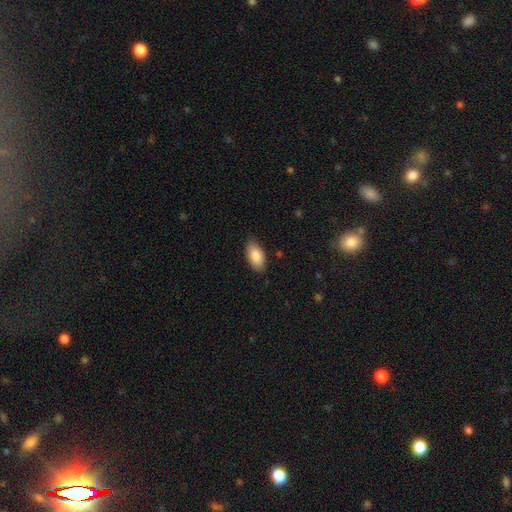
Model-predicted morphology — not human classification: A smooth galaxy with no disk features (85%) that is in between round and cigar-shaped (94%).

Vote fractions:
- Smooth or featured? smooth: 85% / featured or disk: 8% / star or artifact: 6%
- How rounded? in between: 94% / cigar-shaped: 3% / round: 3%
- Merging? none: 82% / minor disturbance: 15% / major disturbance: 2% / merger: 1%